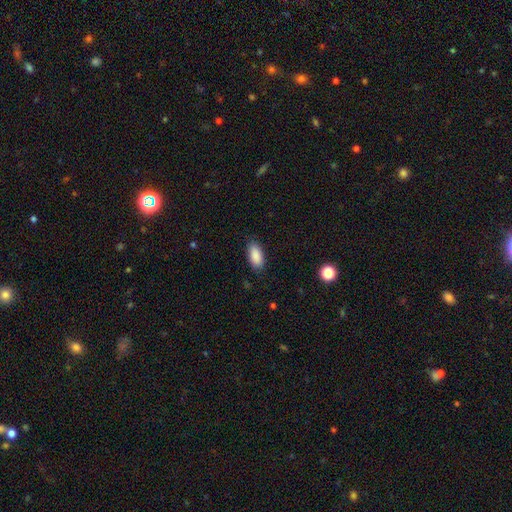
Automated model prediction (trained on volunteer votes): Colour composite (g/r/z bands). It shows a smooth galaxy with no disk features (90%) that is in between round and cigar-shaped (91%). Merging: none (85%).